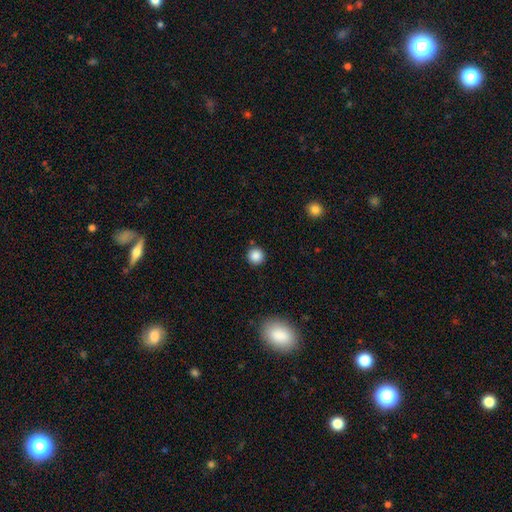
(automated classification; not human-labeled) This appears to be a smooth galaxy with no disk features (86%) that is round (96%). Merging: none (89%).